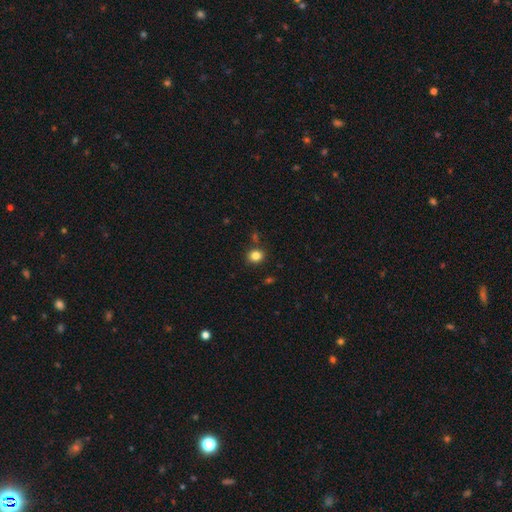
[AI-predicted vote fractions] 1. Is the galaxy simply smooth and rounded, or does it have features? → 84% smooth, 11% star or artifact, 5% featured or disk.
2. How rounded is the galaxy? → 73% round, 26% in between, 1% cigar-shaped.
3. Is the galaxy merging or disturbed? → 85% none, 9% minor disturbance, 4% merger, 2% major disturbance.